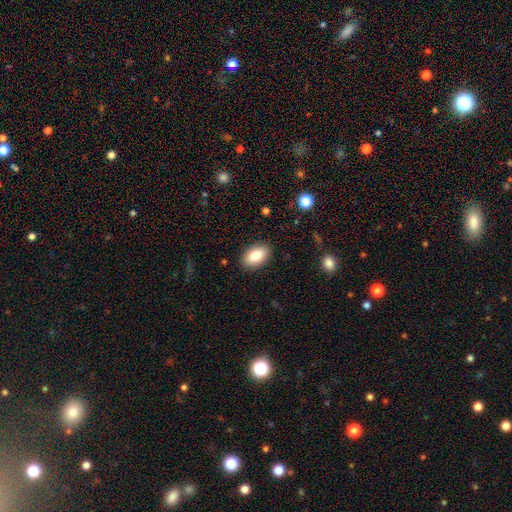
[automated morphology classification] Smooth or featured?
  - smooth: 84% *
  - featured or disk: 9%
  - star or artifact: 7%
How rounded?
  - in between: 92% *
  - round: 7%
  - cigar-shaped: 1%
Merging?
  - none: 89% *
  - minor disturbance: 8%
  - major disturbance: 2%
  - merger: 1%